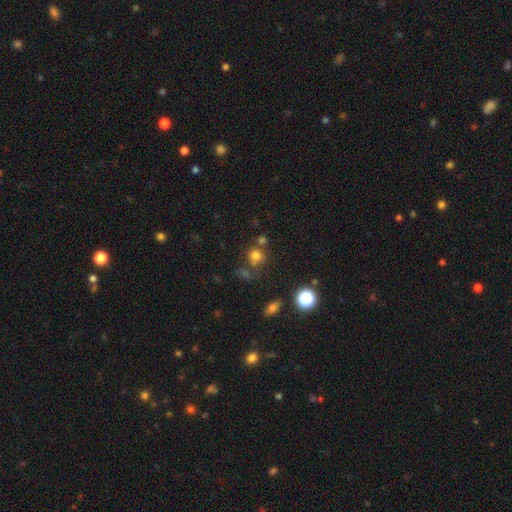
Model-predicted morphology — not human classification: Q: Smooth or featured?
A: smooth (73%); runner-up: star or artifact (18%)
Q: How rounded?
A: round (80%); runner-up: in between (19%)
Q: Merging?
A: none (61%); runner-up: merger (19%)